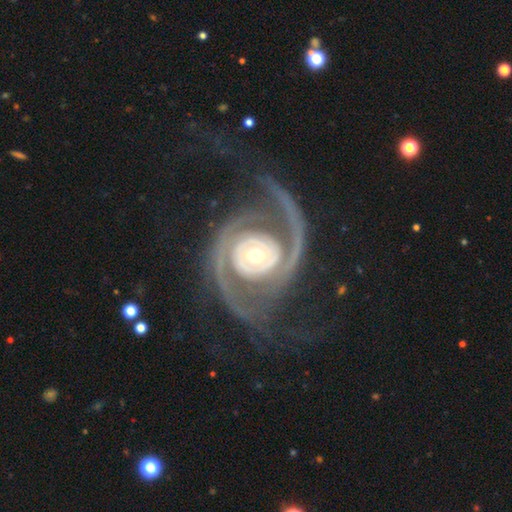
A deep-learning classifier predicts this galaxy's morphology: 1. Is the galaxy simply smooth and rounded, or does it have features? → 89% featured or disk, 6% smooth, 4% star or artifact.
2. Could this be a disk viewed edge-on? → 97% no, 3% yes.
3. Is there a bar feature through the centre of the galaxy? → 71% no, 19% weak, 10% strong.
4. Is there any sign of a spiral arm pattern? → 90% yes, 10% no.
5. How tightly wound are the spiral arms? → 47% tight, 33% medium, 20% loose.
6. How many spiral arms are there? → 68% 2, 10% can't tell, 8% 1, 7% 3, 4% 4, 4% more than 4.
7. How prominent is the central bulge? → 61% moderate, 27% small, 9% large, 2% dominant, 1% none.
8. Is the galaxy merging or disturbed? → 56% none, 26% major disturbance, 15% minor disturbance, 3% merger.